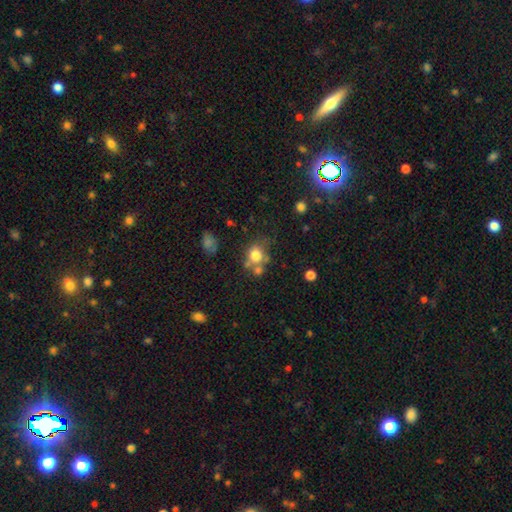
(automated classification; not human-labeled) Q: Smooth or featured?
A: smooth (76%); runner-up: featured or disk (13%)
Q: How rounded?
A: round (68%); runner-up: in between (31%)
Q: Merging?
A: none (50%); runner-up: merger (26%)